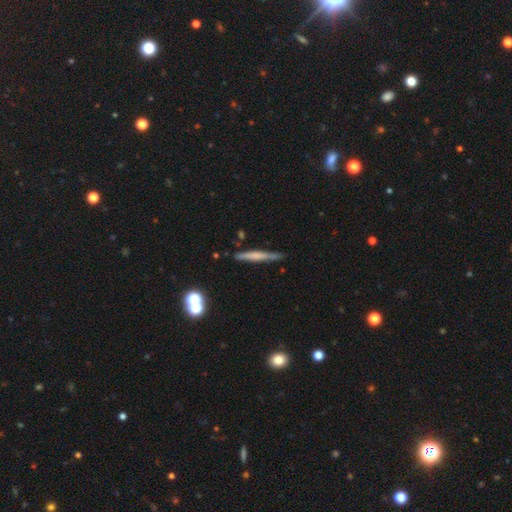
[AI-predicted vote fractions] Smooth or featured? Predicted: smooth (p=0.48). Merging? Predicted: none (p=0.83).